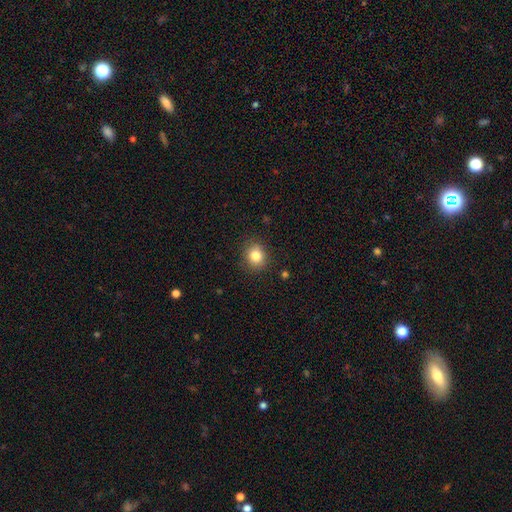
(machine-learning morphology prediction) Q: Smooth or featured?
A: smooth (83%); runner-up: star or artifact (11%)
Q: How rounded?
A: round (74%); runner-up: in between (25%)
Q: Merging?
A: none (86%); runner-up: minor disturbance (10%)